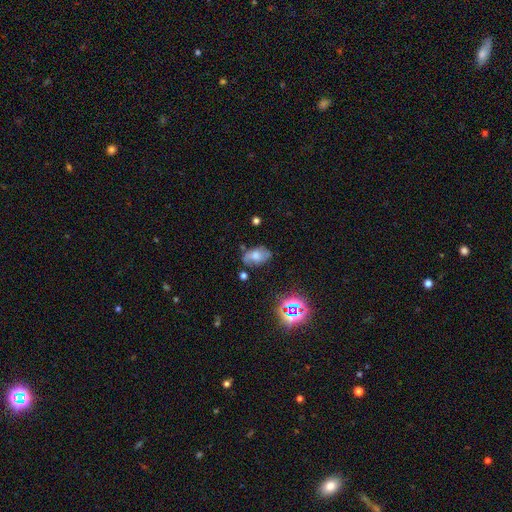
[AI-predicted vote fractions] A smooth galaxy with no disk features (49%).

Vote fractions:
- Smooth or featured? smooth: 49% / featured or disk: 37% / star or artifact: 15%
- Merging? none: 61% / minor disturbance: 26% / major disturbance: 9% / merger: 4%